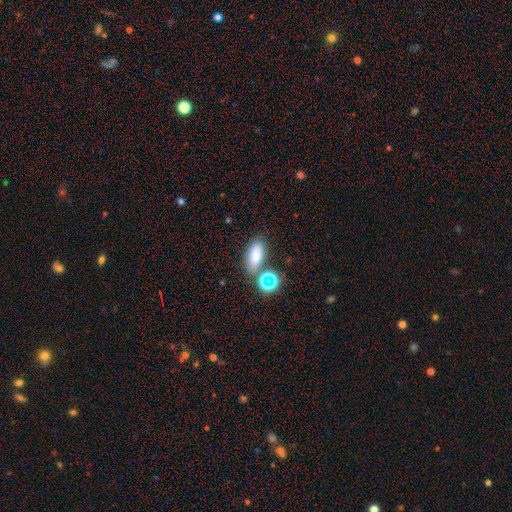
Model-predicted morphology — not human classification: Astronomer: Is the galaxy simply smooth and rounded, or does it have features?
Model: smooth — 74%.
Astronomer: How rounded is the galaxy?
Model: in between — 82%.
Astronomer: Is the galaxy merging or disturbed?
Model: none — 68%.